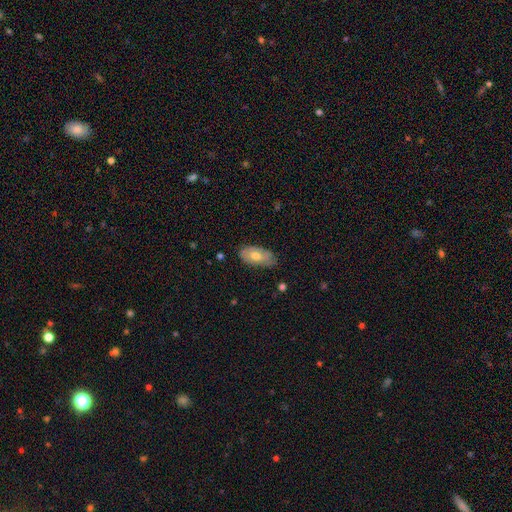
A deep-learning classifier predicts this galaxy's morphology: A smooth galaxy with no disk features (57%) that is in between round and cigar-shaped (92%). Merging: none (77%).